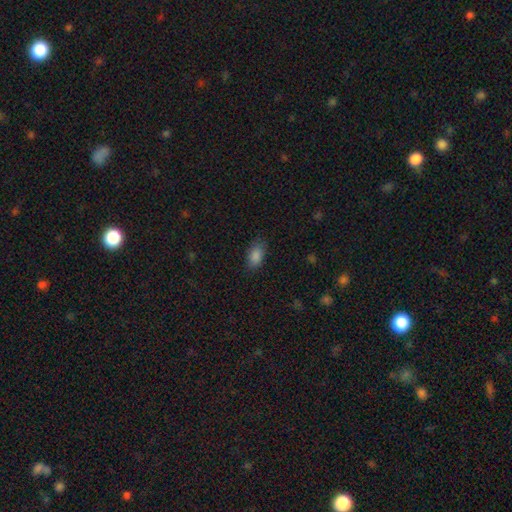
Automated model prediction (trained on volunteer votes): smooth-or-featured: smooth: 86% | star or artifact: 9% | featured or disk: 5%
  how-rounded: in between: 90% | round: 7% | cigar-shaped: 3%
  merging: none: 80% | minor disturbance: 15% | major disturbance: 4% | merger: 1%